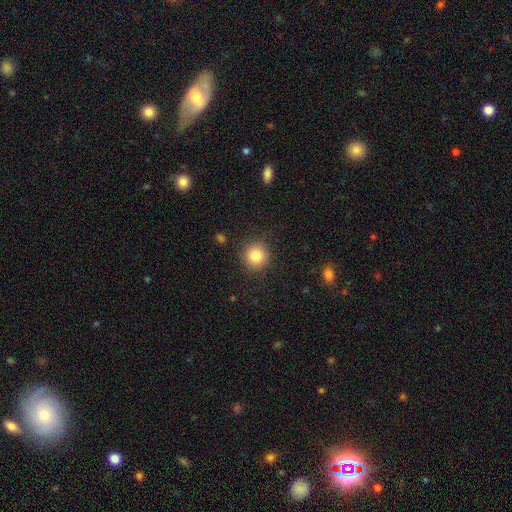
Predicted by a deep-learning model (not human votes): Overall: smooth (83%). How rounded: round (92%). Merging: none (88%).